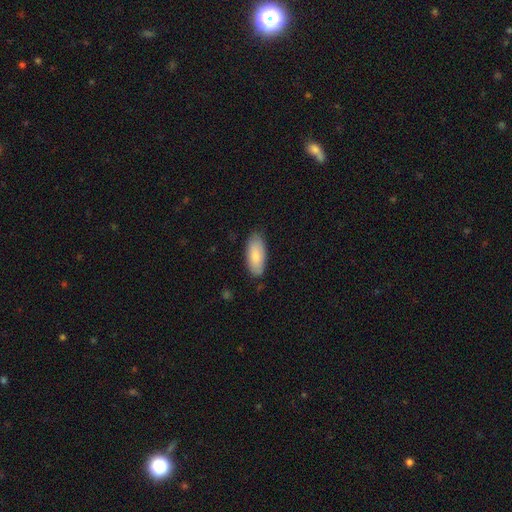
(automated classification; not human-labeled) A smooth galaxy with no disk features (82%) that is in between round and cigar-shaped (88%). Merging: none (81%).